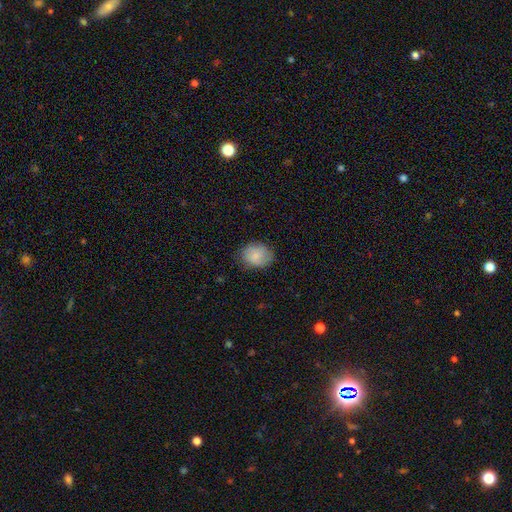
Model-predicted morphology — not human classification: smooth-or-featured: smooth: 83% | featured or disk: 10% | star or artifact: 7%
  how-rounded: in between: 50% | round: 49% | cigar-shaped: 1%
  merging: none: 76% | minor disturbance: 18% | major disturbance: 4% | merger: 1%